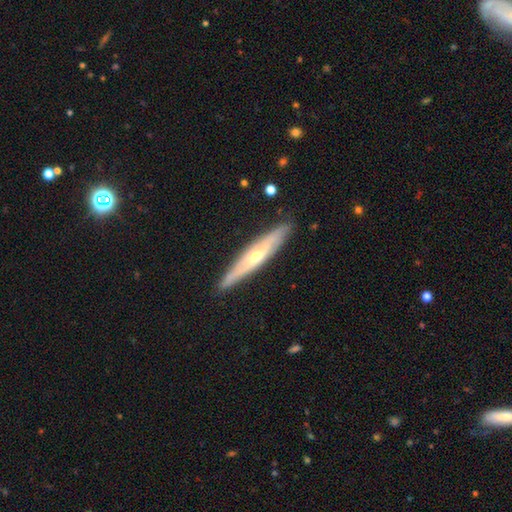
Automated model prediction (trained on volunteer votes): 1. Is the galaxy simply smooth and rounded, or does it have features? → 67% featured or disk, 27% smooth, 6% star or artifact.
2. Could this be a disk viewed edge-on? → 83% yes, 17% no.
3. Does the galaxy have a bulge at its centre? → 76% rounded, 20% none, 4% boxy.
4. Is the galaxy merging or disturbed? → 86% none, 10% minor disturbance, 2% major disturbance, 1% merger.